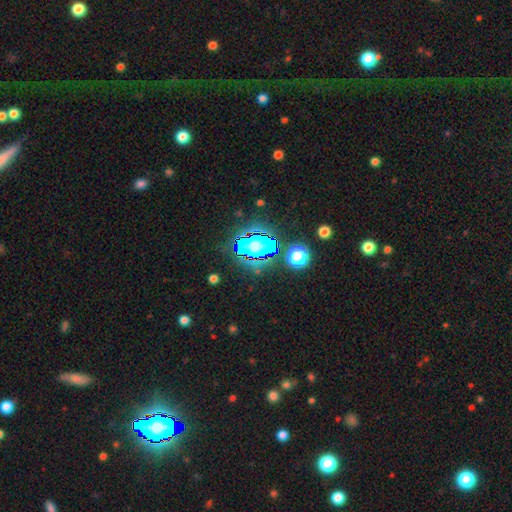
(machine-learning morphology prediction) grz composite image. It shows a star or artifact, not a galaxy (79%).